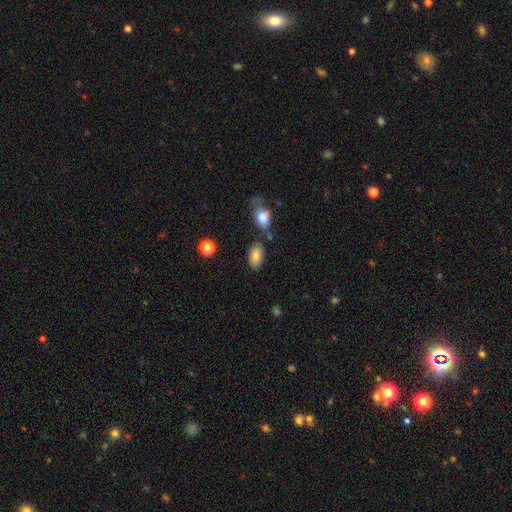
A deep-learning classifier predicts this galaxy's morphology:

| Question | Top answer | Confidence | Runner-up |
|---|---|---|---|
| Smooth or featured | smooth | 84% | star or artifact (8%) |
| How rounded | in between | 92% | round (6%) |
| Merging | none | 74% | minor disturbance (13%) |